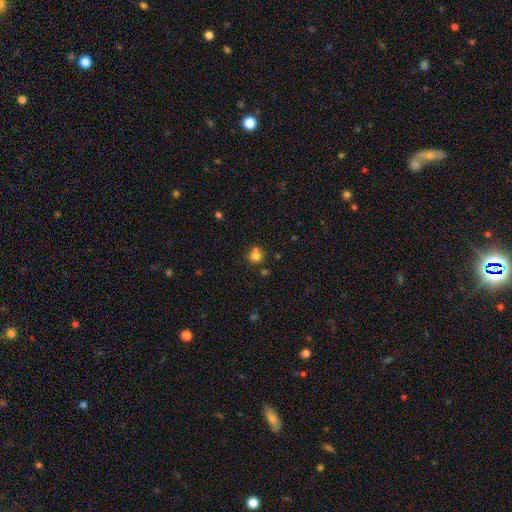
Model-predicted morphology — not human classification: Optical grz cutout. It shows a smooth galaxy with no disk features (77%) that is round (86%). Merging: none (54%).